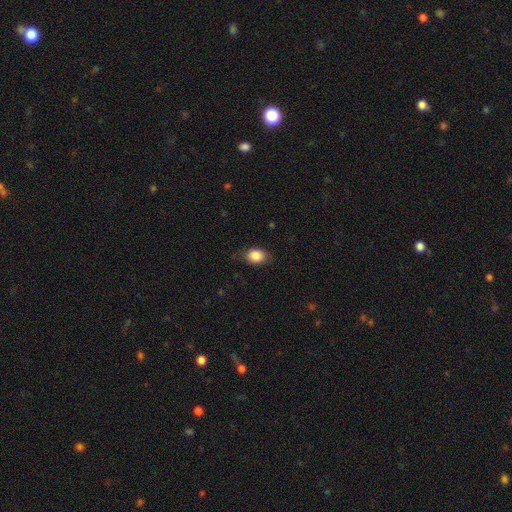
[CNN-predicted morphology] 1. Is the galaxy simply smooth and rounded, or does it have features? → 86% smooth, 8% star or artifact, 6% featured or disk.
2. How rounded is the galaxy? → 70% in between, 29% round, 1% cigar-shaped.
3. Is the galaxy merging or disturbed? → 78% none, 17% minor disturbance, 4% major disturbance, 1% merger.